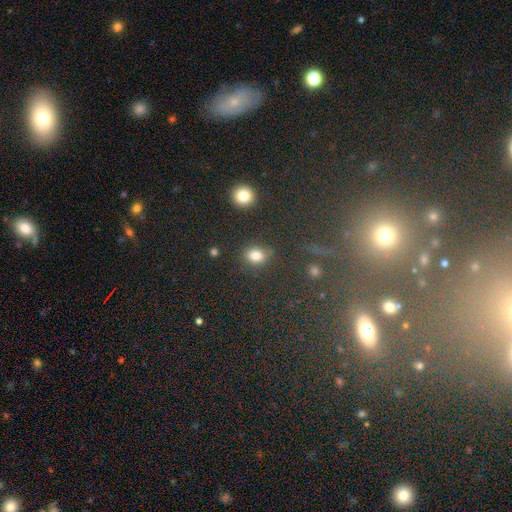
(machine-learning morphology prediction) Smooth or featured? Predicted: smooth (p=0.81). How rounded? Predicted: in between (p=0.51). Merging? Predicted: none (p=0.80).